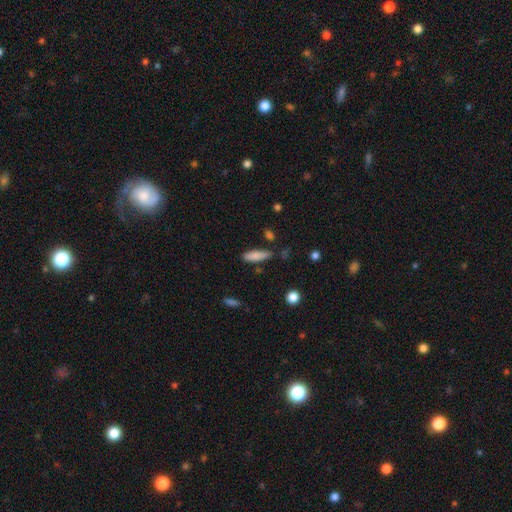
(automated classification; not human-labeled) Smooth or featured? smooth (84%)
How rounded? cigar-shaped (62%)
Merging? none (76%)